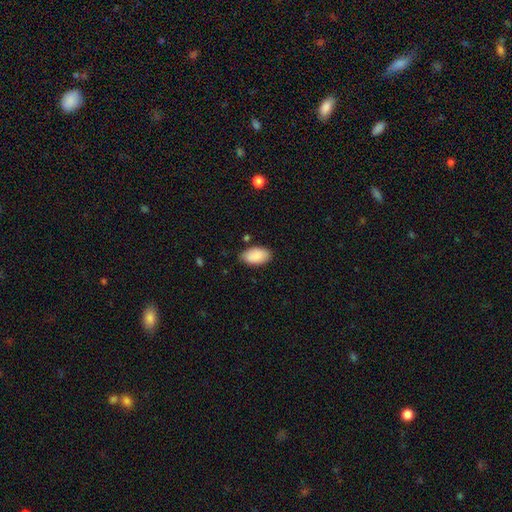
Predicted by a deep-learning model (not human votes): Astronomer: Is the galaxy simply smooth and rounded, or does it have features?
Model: smooth — 89%.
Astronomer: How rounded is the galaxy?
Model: in between — 95%.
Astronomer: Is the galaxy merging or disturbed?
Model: none — 79%.